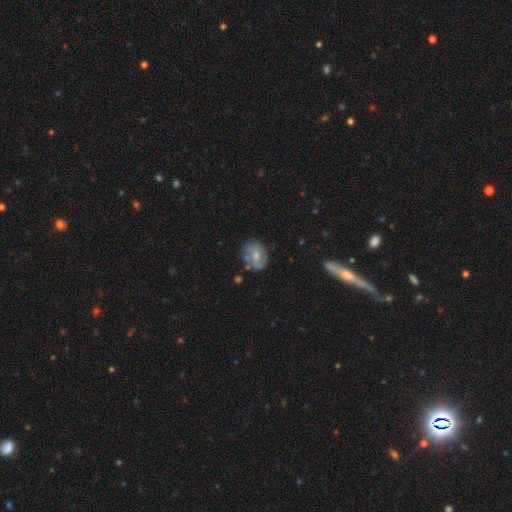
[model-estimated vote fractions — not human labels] Overall: featured or disk (49%; smooth 44%). Merging: none (64%).